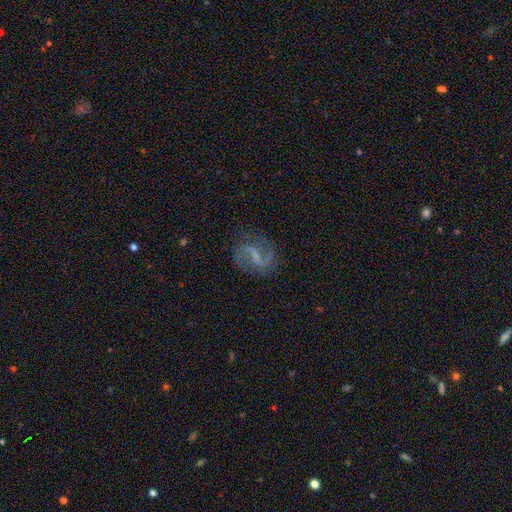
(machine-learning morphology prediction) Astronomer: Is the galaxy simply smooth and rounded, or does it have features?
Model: featured or disk — 86%.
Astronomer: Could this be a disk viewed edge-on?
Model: no — 98%.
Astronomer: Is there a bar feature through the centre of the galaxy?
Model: weak — 50% (runner-up: strong, 34%).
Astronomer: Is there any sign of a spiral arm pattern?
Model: yes — 96%.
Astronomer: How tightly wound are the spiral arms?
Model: loose — 48% (runner-up: medium, 42%).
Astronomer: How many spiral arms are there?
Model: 2 — 92%.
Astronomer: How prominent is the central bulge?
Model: small — 43% (runner-up: none, 40%).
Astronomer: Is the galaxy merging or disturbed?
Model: none — 78%.